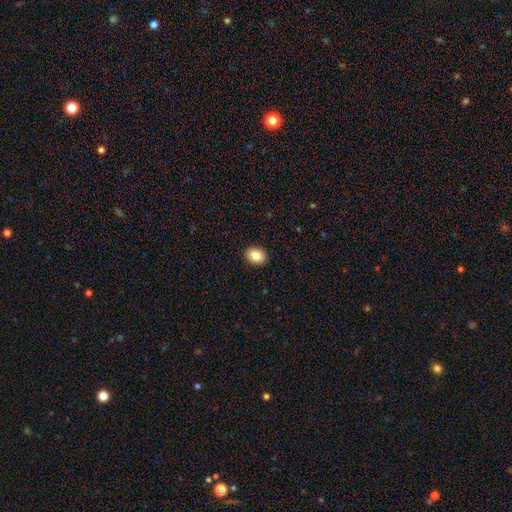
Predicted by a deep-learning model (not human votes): smooth_or_featured: smooth (p=0.87) [alt: star or artifact p=0.08]
how_rounded: in between (p=0.62) [alt: round p=0.37]
merging: none (p=0.91) [alt: minor disturbance p=0.06]